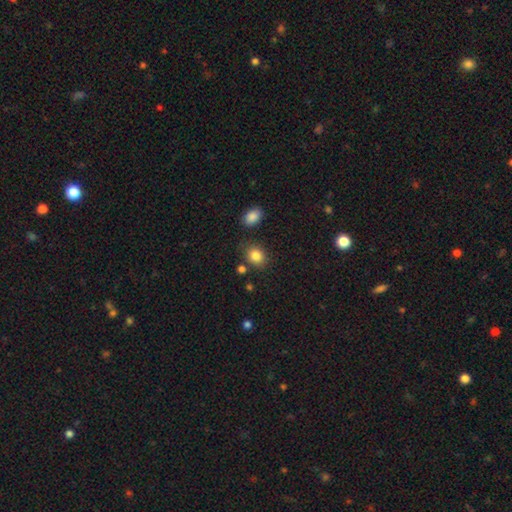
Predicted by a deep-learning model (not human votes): Smooth or featured?
  - smooth: 85% *
  - star or artifact: 10%
  - featured or disk: 5%
How rounded?
  - round: 51% *
  - in between: 48%
  - cigar-shaped: 1%
Merging?
  - none: 78% *
  - minor disturbance: 12%
  - merger: 6%
  - major disturbance: 4%